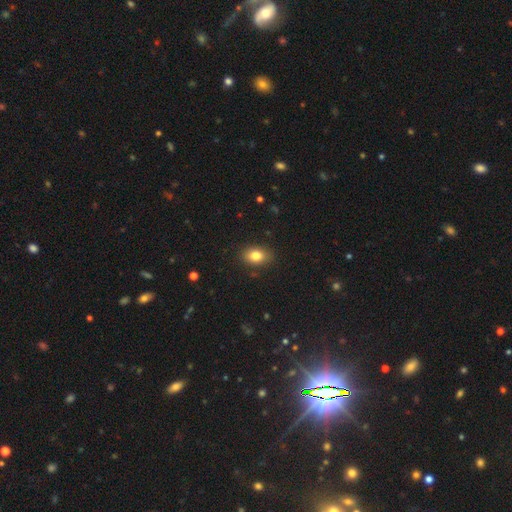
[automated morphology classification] The model was most divided on "how rounded": in between: 80%, round: 19%, cigar-shaped: 1%. More confident: merging — none (87%); smooth or featured — smooth (82%).